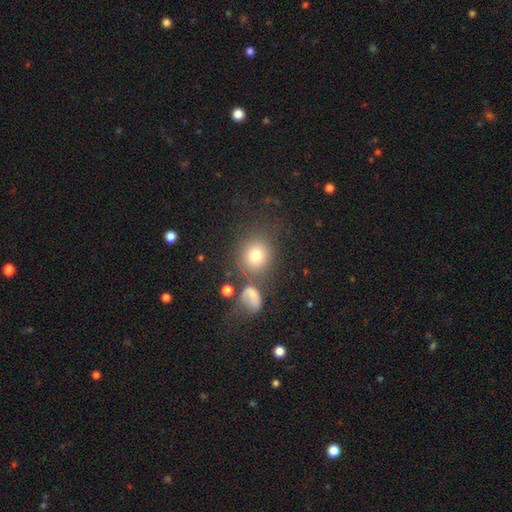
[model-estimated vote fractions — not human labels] Morphology: type=smooth (75%); roundness=round (79%); merging=none (62%).